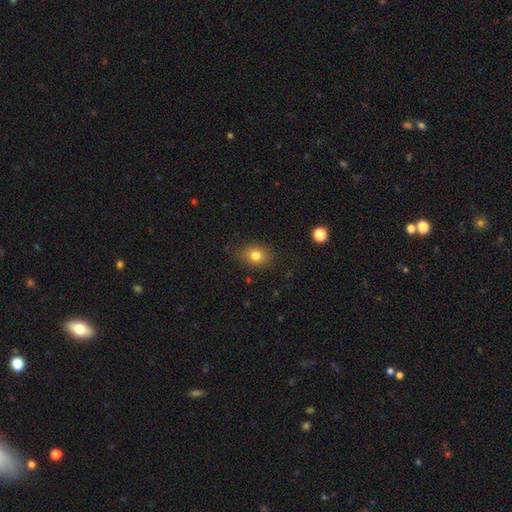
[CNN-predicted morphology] Smooth or featured? Predicted: smooth (p=0.81). How rounded? Predicted: in between (p=0.62). Merging? Predicted: none (p=0.80).